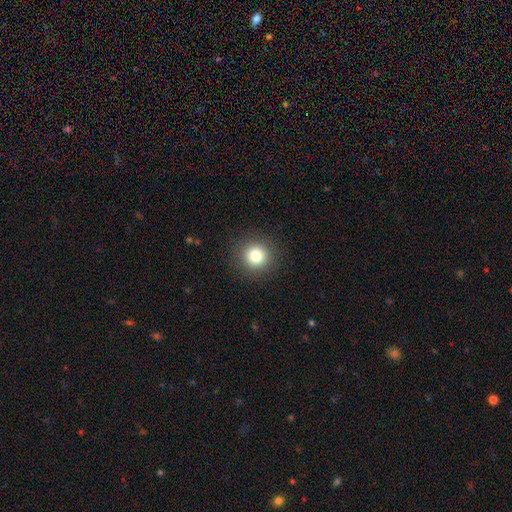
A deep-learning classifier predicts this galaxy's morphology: Smooth or featured? Predicted: smooth (p=0.81). How rounded? Predicted: round (p=0.94). Merging? Predicted: none (p=0.91).